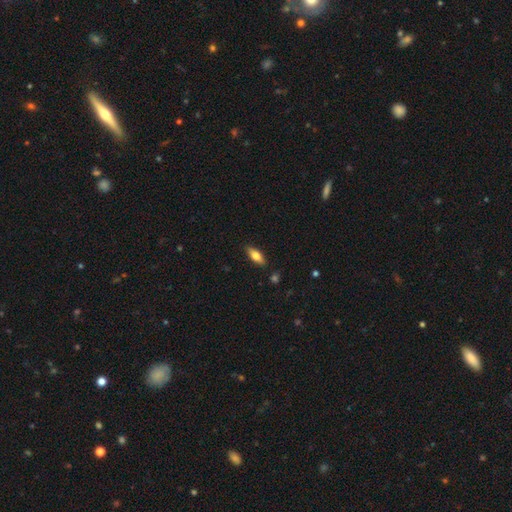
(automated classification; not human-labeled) Smooth or featured: smooth — 68% (featured or disk — 25%)
How rounded: in between — 73% (cigar-shaped — 24%)
Merging: none — 86% (minor disturbance — 10%)